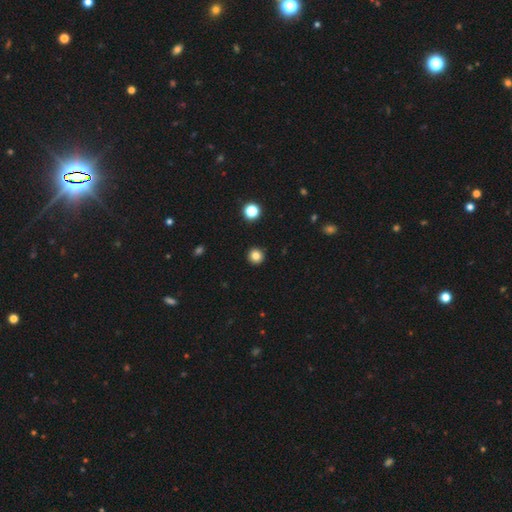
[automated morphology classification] This appears to be a smooth galaxy with no disk features (82%) that is round (95%). Merging: none (93%).